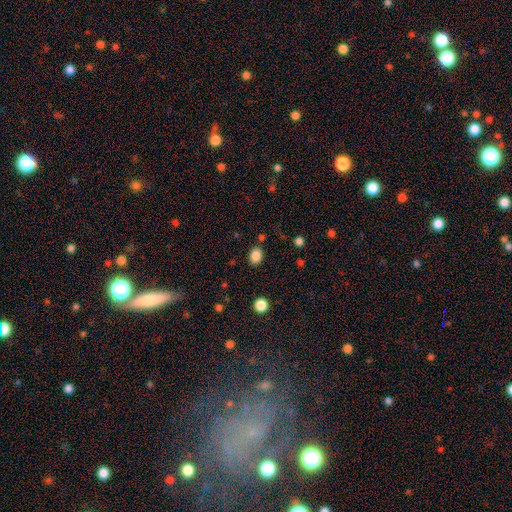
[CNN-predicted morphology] Overall: smooth (86%). How rounded: in between (62%; round 37%). Merging: none (82%).